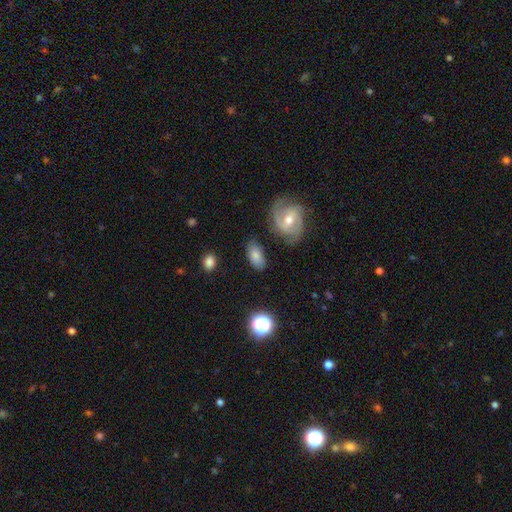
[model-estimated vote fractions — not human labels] Smooth or featured?
  - smooth: 72% *
  - featured or disk: 18%
  - star or artifact: 10%
How rounded?
  - in between: 90% *
  - round: 7%
  - cigar-shaped: 3%
Merging?
  - none: 75% *
  - minor disturbance: 16%
  - major disturbance: 5%
  - merger: 4%